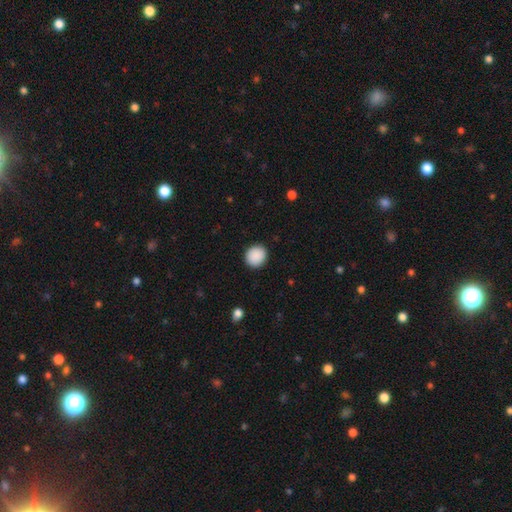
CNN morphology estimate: A smooth galaxy with no disk features (90%) that is round (82%).

Vote fractions:
- Smooth or featured? smooth: 90% / star or artifact: 8% / featured or disk: 2%
- How rounded? round: 82% / in between: 17% / cigar-shaped: 1%
- Merging? none: 91% / minor disturbance: 6% / major disturbance: 2% / merger: 1%